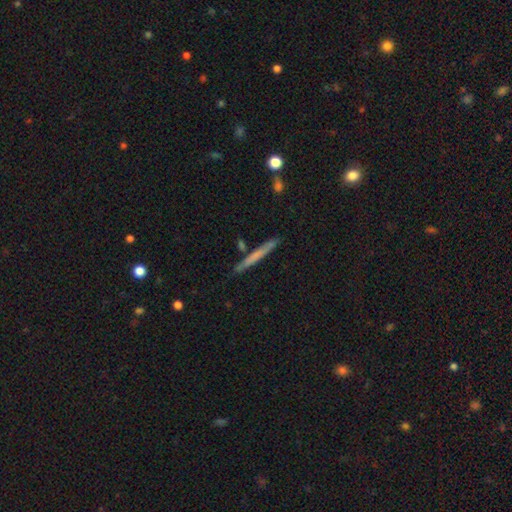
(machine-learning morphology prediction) smooth-or-featured: smooth: 59% | featured or disk: 36% | star or artifact: 6%
  how-rounded: cigar-shaped: 96% | in between: 2% | round: 1%
  merging: none: 87% | minor disturbance: 9% | merger: 3% | major disturbance: 2%